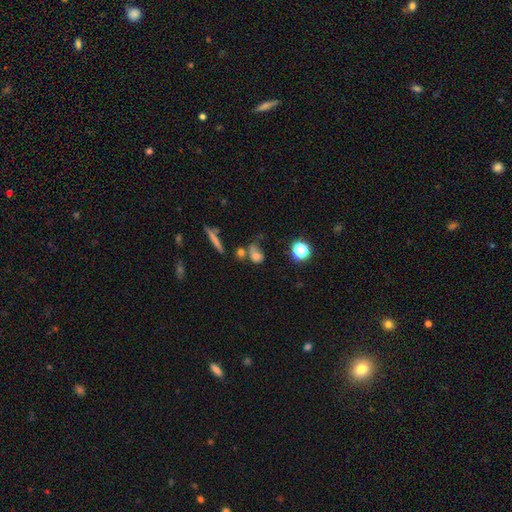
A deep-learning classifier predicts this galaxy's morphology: This is likely a smooth galaxy (68%). How rounded: possibly in between (53%). Merging: marginally none (37%).